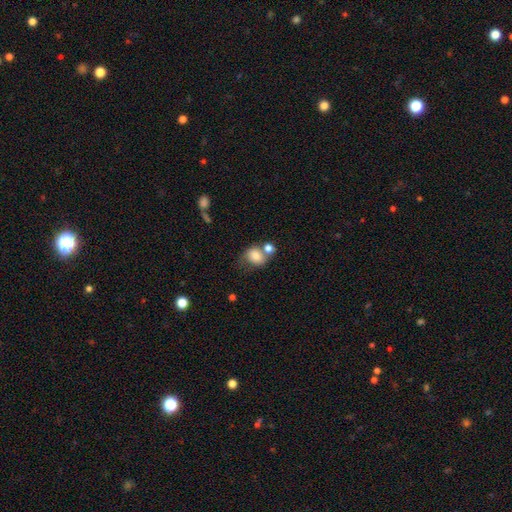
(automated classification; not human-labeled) smooth-or-featured: smooth: 77% | featured or disk: 14% | star or artifact: 9%
  how-rounded: round: 52% | in between: 47% | cigar-shaped: 1%
  merging: merger: 39% | none: 34% | minor disturbance: 17% | major disturbance: 10%